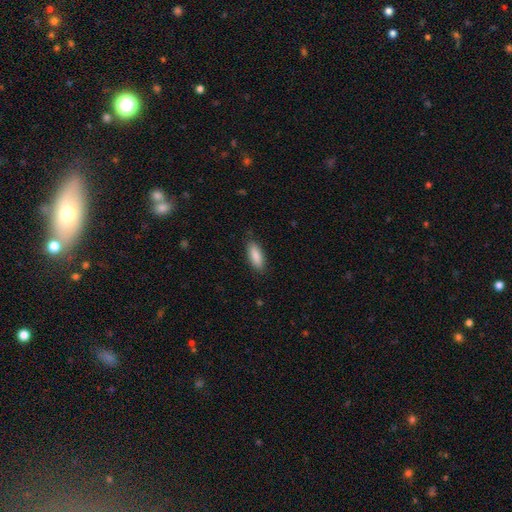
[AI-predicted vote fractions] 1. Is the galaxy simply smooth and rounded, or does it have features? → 88% smooth, 6% star or artifact, 6% featured or disk.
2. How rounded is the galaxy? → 68% in between, 30% cigar-shaped, 2% round.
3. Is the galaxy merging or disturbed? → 86% none, 11% minor disturbance, 2% major disturbance, 1% merger.